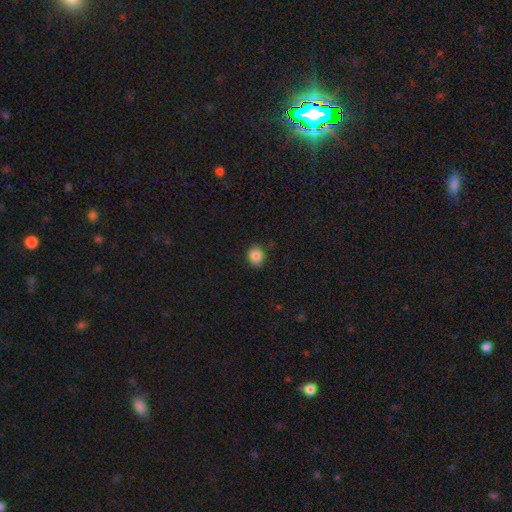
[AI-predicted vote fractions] Overall: smooth (87%). How rounded: round (62%; in between 37%). Merging: none (85%).